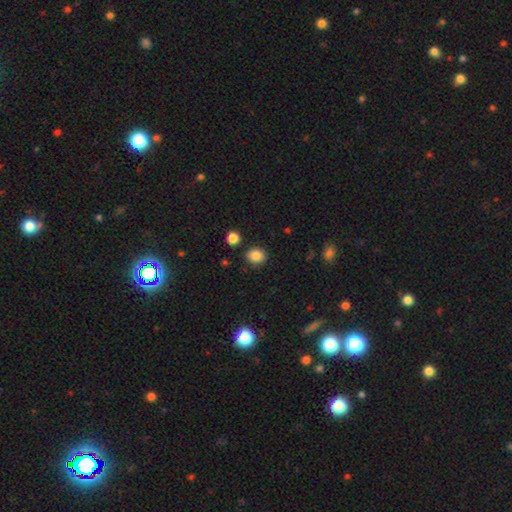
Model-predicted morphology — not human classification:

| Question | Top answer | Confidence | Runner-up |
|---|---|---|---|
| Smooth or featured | smooth | 85% | star or artifact (11%) |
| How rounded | round | 70% | in between (29%) |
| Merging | none | 86% | minor disturbance (8%) |